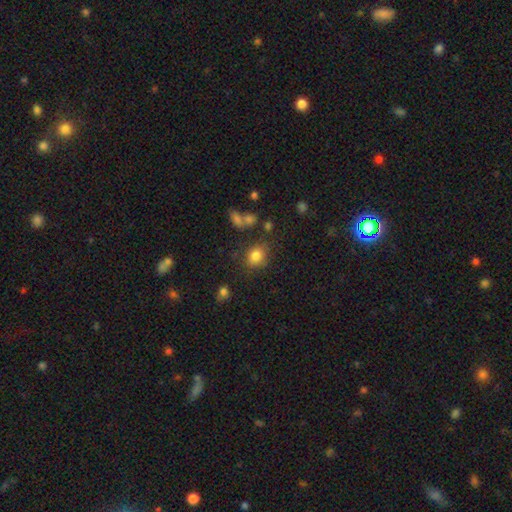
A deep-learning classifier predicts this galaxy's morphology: A smooth galaxy with no disk features (82%) that is round (67%). Merging: none (75%).